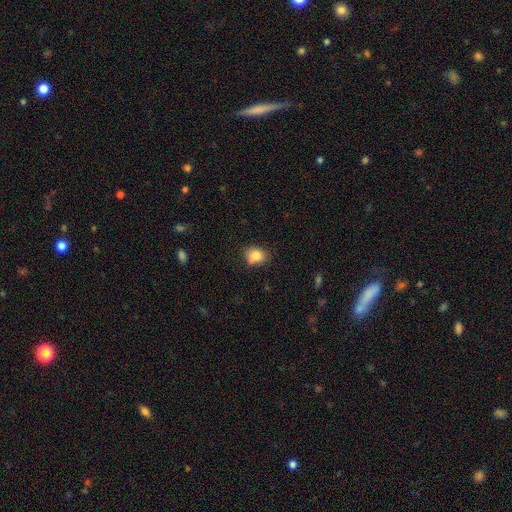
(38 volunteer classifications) smooth 84%, featured or disk 8%, star or artifact 8%. Down the decision tree: how rounded — round (47%, tied with in between); merging — none (66%).